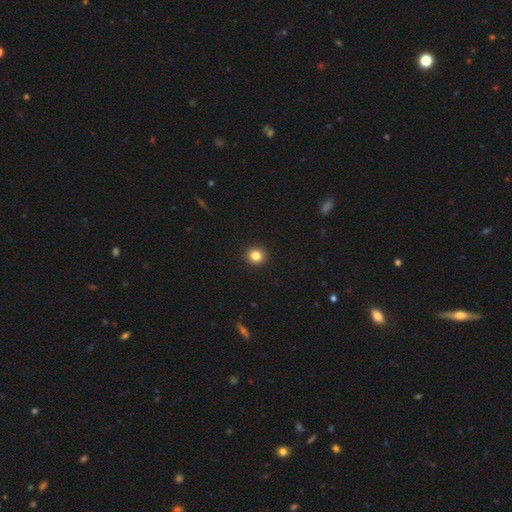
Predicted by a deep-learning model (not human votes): Smooth or featured? Predicted: smooth (p=0.84). How rounded? Predicted: round (p=0.92). Merging? Predicted: none (p=0.94).